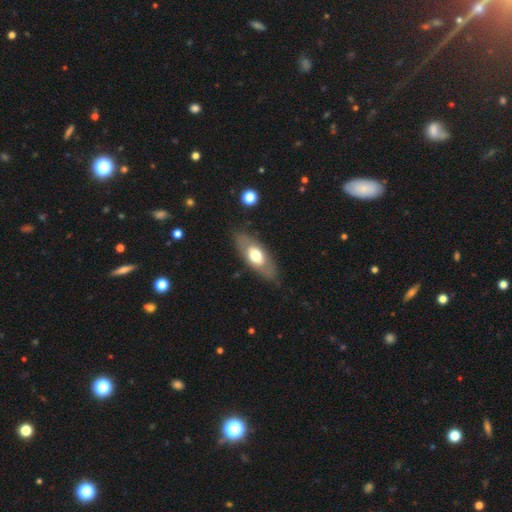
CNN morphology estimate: type=smooth (53%); roundness=in between (81%); merging=none (79%).